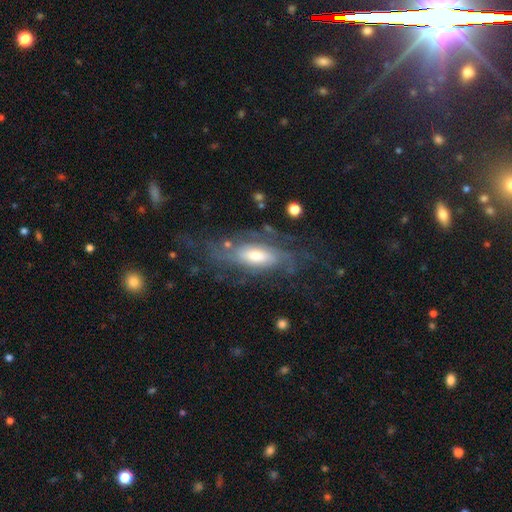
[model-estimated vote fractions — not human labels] A featured or disk galaxy (74%) with no bar (59%), tight (43%) spiral arms (84%) and a moderate central bulge (53%).

Vote fractions:
- Smooth or featured? featured or disk: 74% / smooth: 19% / star or artifact: 7%
- Edge-on disk? no: 85% / yes: 15%
- Bar? no: 59% / weak: 32% / strong: 9%
- Spiral arms? yes: 84% / no: 16%
- Spiral winding? tight: 43% / medium: 38% / loose: 18%
- Spiral arm count? can't tell: 53% / 2: 19% / 3: 11% / 4: 7% / 1: 5% / more than 4: 4%
- Bulge size? moderate: 53% / large: 26% / small: 16% / dominant: 2% / none: 2%
- Merging? none: 59% / minor disturbance: 20% / major disturbance: 19% / merger: 2%